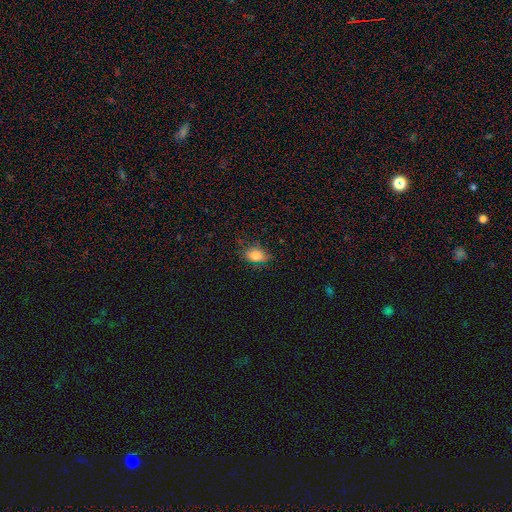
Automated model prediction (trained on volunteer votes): Smooth or featured? Predicted: smooth (p=0.82). How rounded? Predicted: in between (p=0.81). Merging? Predicted: none (p=0.71).